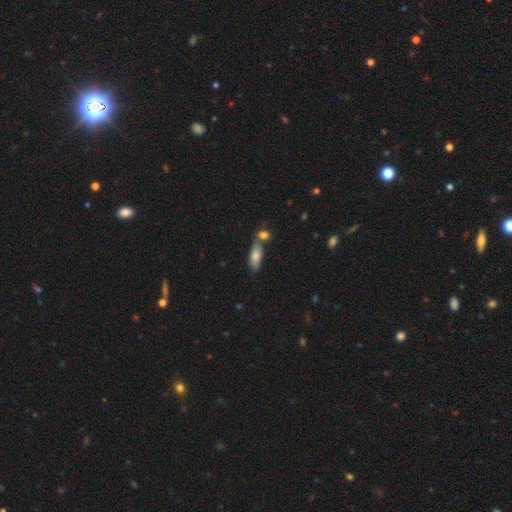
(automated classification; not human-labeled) Smooth or featured: smooth — 76% (featured or disk — 17%)
How rounded: in between — 70% (cigar-shaped — 27%)
Merging: none — 59% (merger — 24%)